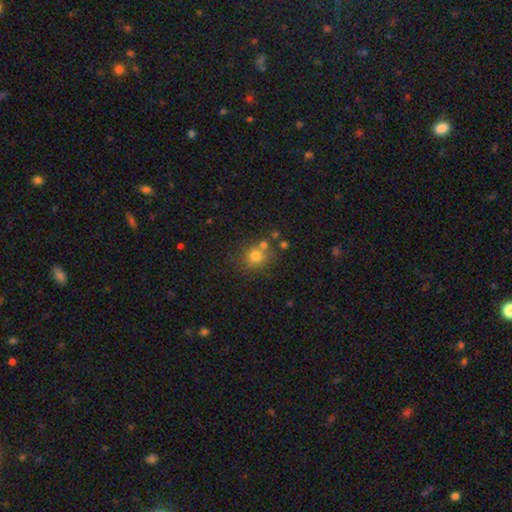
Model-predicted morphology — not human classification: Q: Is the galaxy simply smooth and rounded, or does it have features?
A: smooth — 75%.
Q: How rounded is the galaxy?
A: round — 80%.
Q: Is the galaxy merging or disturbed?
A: none — 65%.